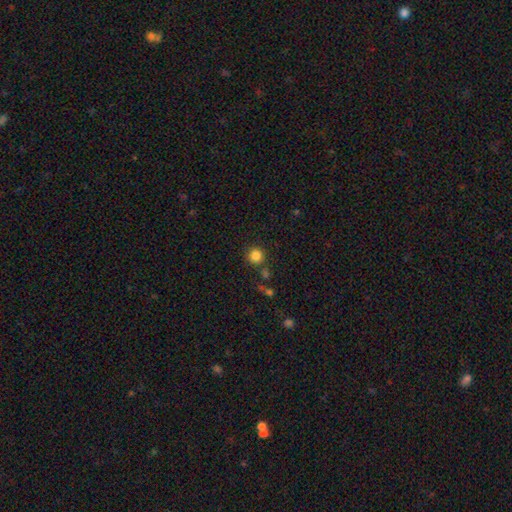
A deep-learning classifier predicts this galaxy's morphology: Smooth or featured?
  - smooth: 83% *
  - star or artifact: 12%
  - featured or disk: 4%
How rounded?
  - round: 94% *
  - in between: 5%
  - cigar-shaped: 1%
Merging?
  - none: 84% *
  - minor disturbance: 8%
  - merger: 5%
  - major disturbance: 3%